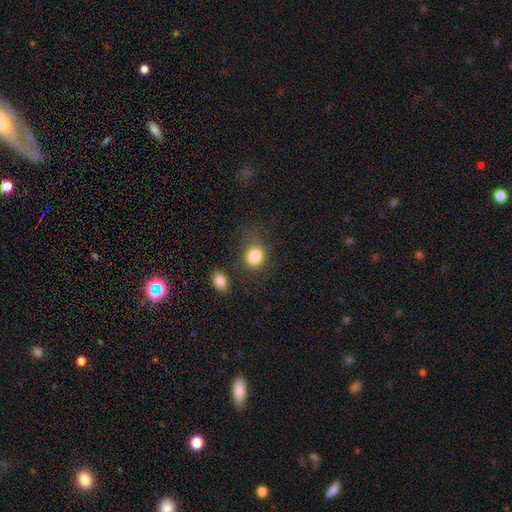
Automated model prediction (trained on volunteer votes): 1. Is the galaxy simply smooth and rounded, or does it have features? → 84% smooth, 10% star or artifact, 6% featured or disk.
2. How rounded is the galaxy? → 60% round, 39% in between, 1% cigar-shaped.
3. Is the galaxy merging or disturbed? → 58% none, 22% minor disturbance, 11% major disturbance, 9% merger.